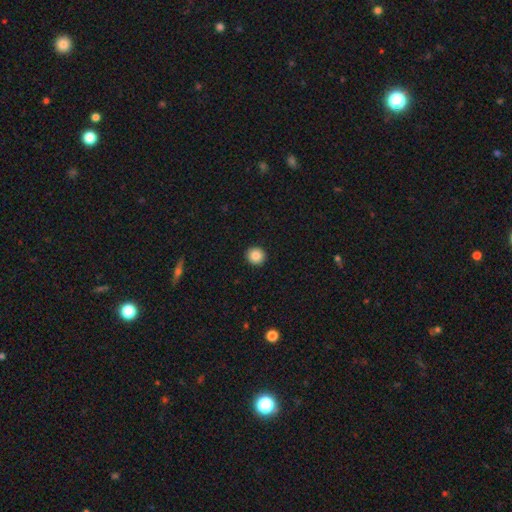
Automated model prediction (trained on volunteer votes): Smooth or featured? Predicted: smooth (p=0.86). How rounded? Predicted: round (p=0.93). Merging? Predicted: none (p=0.93).